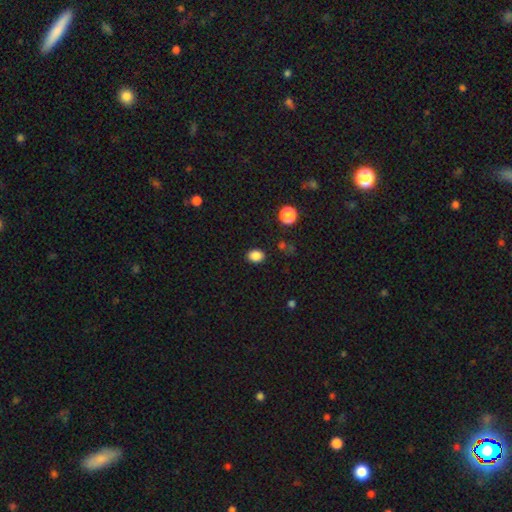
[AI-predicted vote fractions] Morphology: type=smooth (86%); roundness=in between (56%); merging=none (87%).